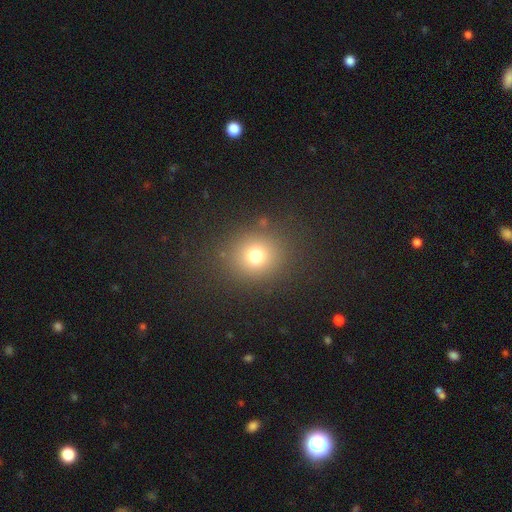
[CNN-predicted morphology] smooth 73%, star or artifact 18%, featured or disk 10%. Down the decision tree: how rounded — round (80%); merging — none (84%).